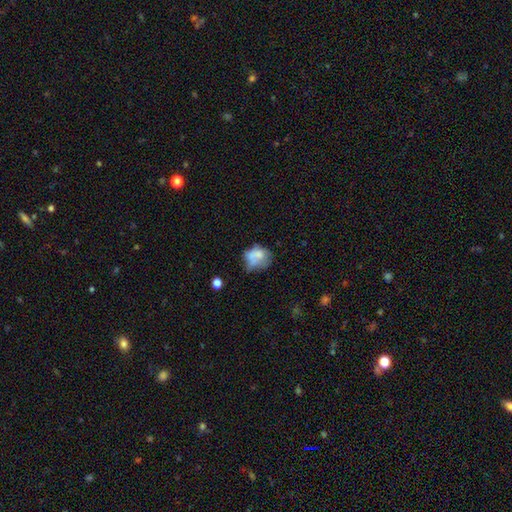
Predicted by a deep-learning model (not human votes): smooth-or-featured: smooth: 61% | featured or disk: 28% | star or artifact: 10%
  how-rounded: round: 51% | in between: 48% | cigar-shaped: 1%
  merging: none: 30% | minor disturbance: 27% | major disturbance: 23% | merger: 20%